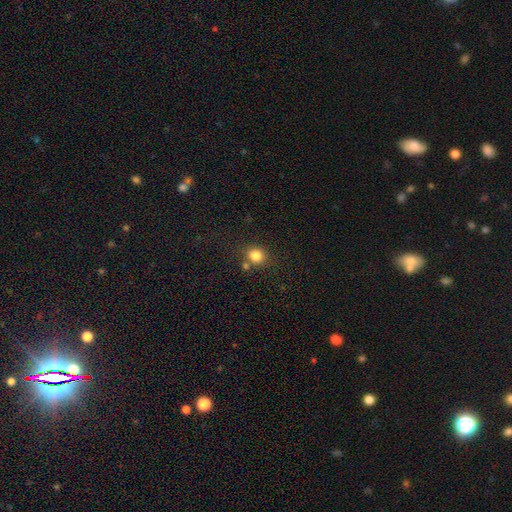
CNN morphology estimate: Smooth or featured?
  - smooth: 83% *
  - star or artifact: 12%
  - featured or disk: 6%
How rounded?
  - round: 78% *
  - in between: 21%
  - cigar-shaped: 1%
Merging?
  - none: 74% *
  - merger: 13%
  - minor disturbance: 10%
  - major disturbance: 3%